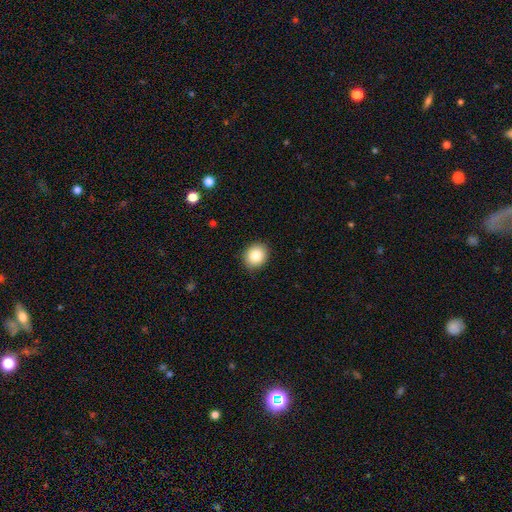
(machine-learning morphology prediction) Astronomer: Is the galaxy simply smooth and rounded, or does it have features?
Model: smooth — 83%.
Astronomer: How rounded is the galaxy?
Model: round — 75%.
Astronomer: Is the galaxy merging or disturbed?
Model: none — 90%.